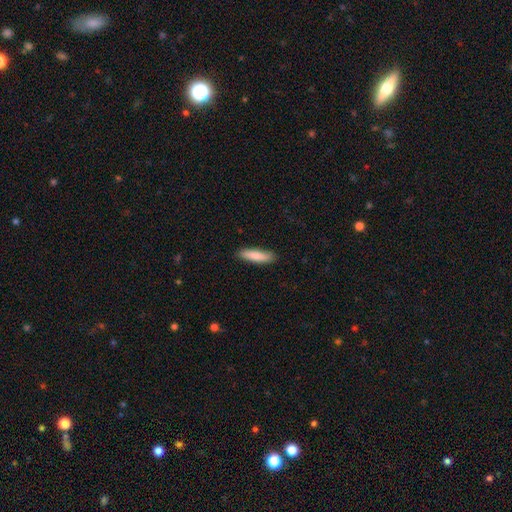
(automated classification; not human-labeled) smooth 83%, featured or disk 12%, star or artifact 5%. Down the decision tree: how rounded — cigar-shaped (72%); merging — none (87%).